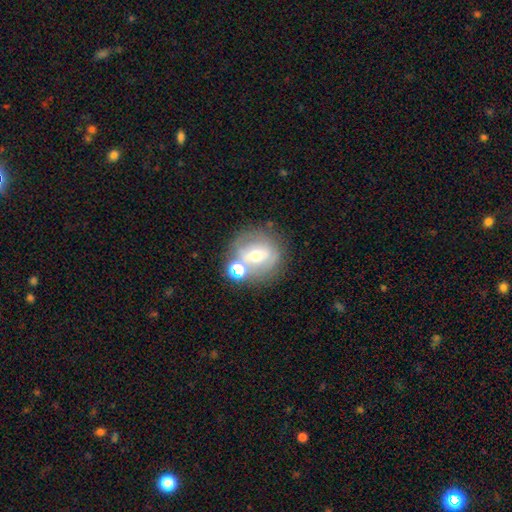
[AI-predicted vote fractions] Smooth or featured? featured or disk (43%)
Merging? none (59%)